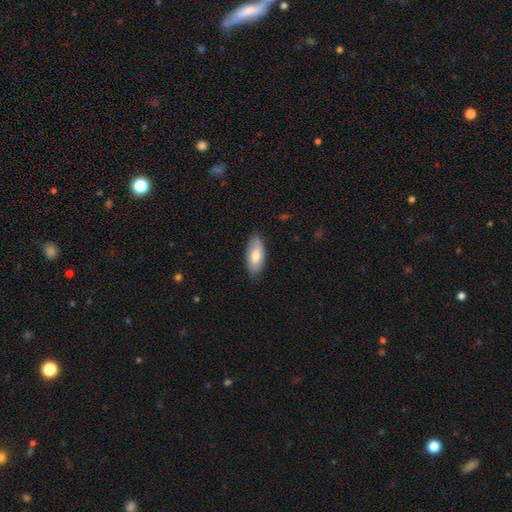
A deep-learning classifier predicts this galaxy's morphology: A smooth galaxy with no disk features (74%) that is in between round and cigar-shaped (91%). Merging: none (84%).